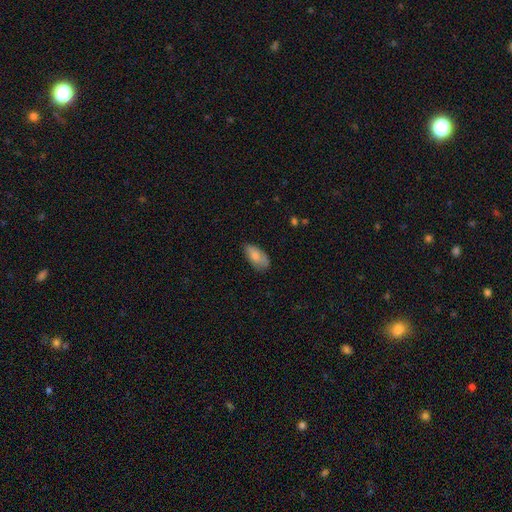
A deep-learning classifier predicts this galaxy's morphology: Overall: smooth (78%). How rounded: in between (92%). Merging: none (69%).